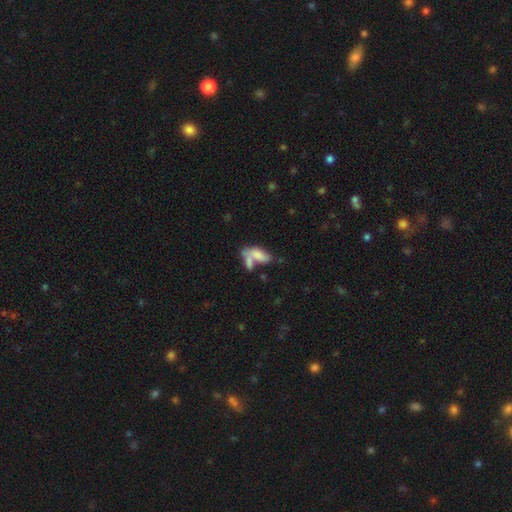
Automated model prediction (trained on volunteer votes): The model was most divided on "merging": merger: 54%, none: 25%, minor disturbance: 12%, major disturbance: 9%. More confident: how rounded — in between (78%); smooth or featured — smooth (72%).